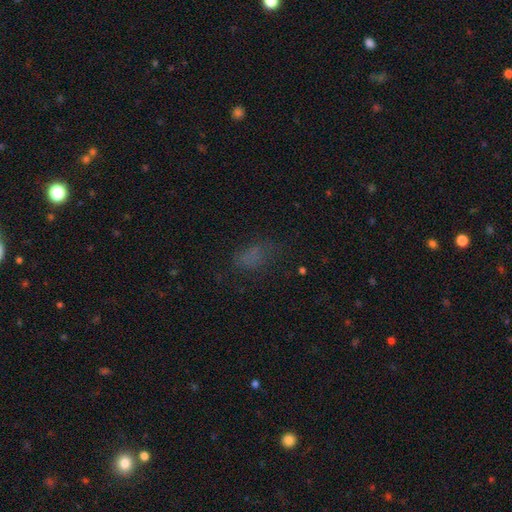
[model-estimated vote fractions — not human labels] This appears to be a smooth galaxy with no disk features (63%) that is in between round and cigar-shaped (83%). Merging: none (62%).